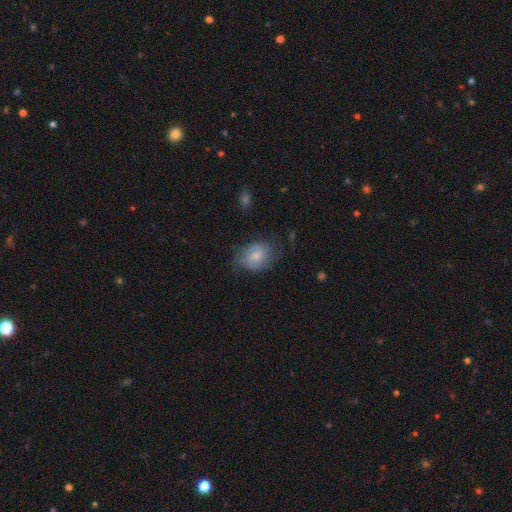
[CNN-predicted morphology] Q: Smooth or featured?
A: smooth (66%); runner-up: featured or disk (26%)
Q: How rounded?
A: in between (65%); runner-up: round (34%)
Q: Merging?
A: none (56%); runner-up: minor disturbance (31%)